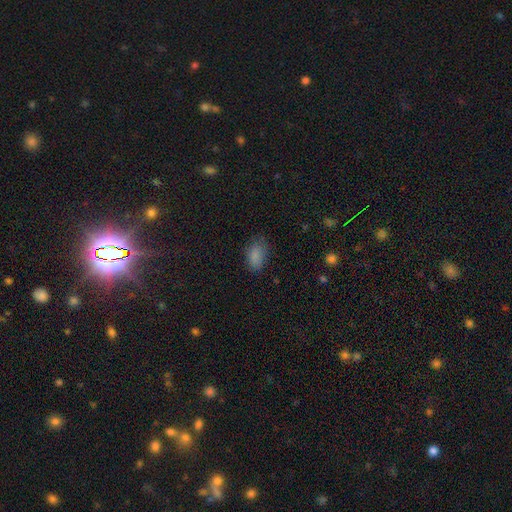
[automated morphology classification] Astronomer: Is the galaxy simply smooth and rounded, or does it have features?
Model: smooth — 84%.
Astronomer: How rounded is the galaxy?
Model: in between — 91%.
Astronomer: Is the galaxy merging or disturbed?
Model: none — 73%.